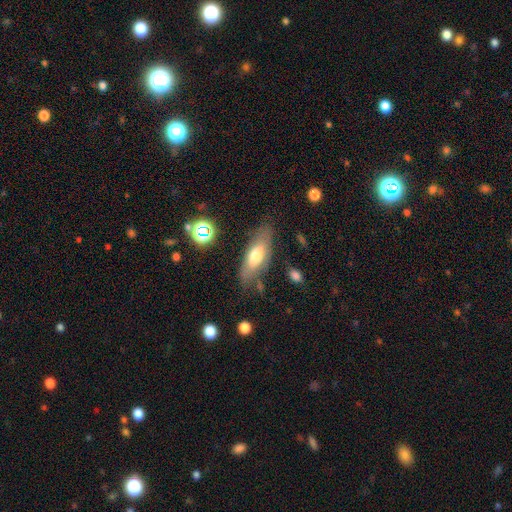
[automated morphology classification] Smooth or featured? smooth (63%)
How rounded? in between (69%)
Merging? none (73%)